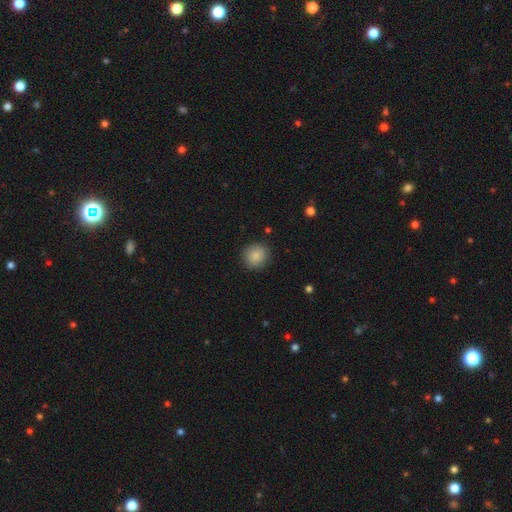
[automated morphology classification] smooth 87%, star or artifact 8%, featured or disk 5%. Down the decision tree: how rounded — round (89%); merging — none (88%).